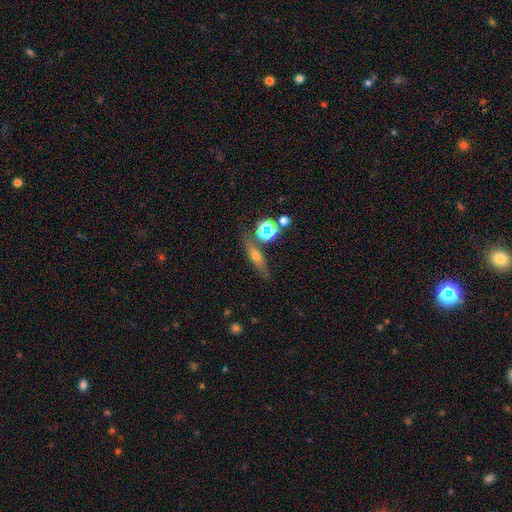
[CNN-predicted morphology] Q: Smooth or featured?
A: smooth (45%); runner-up: featured or disk (39%)
Q: Merging?
A: none (71%); runner-up: minor disturbance (15%)